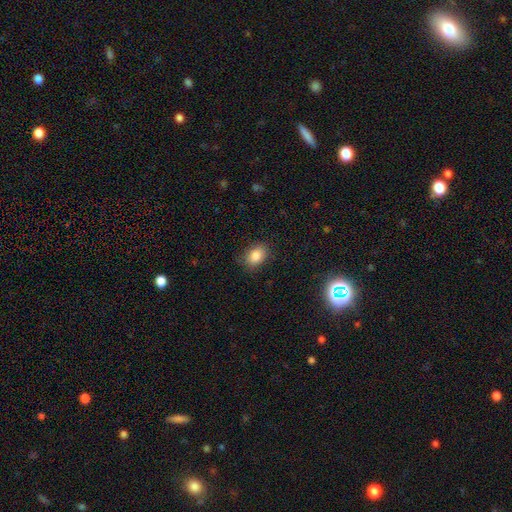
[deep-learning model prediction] Q: Smooth or featured?
A: smooth (85%); runner-up: star or artifact (9%)
Q: How rounded?
A: in between (75%); runner-up: round (24%)
Q: Merging?
A: none (84%); runner-up: minor disturbance (12%)